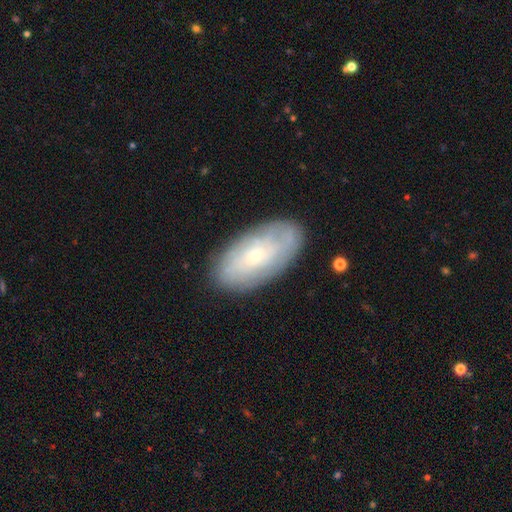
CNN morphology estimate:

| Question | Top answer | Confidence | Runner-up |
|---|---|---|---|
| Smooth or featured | featured or disk | 51% | smooth (42%) |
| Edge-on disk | no | 90% | yes (10%) |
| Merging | none | 81% | minor disturbance (13%) |